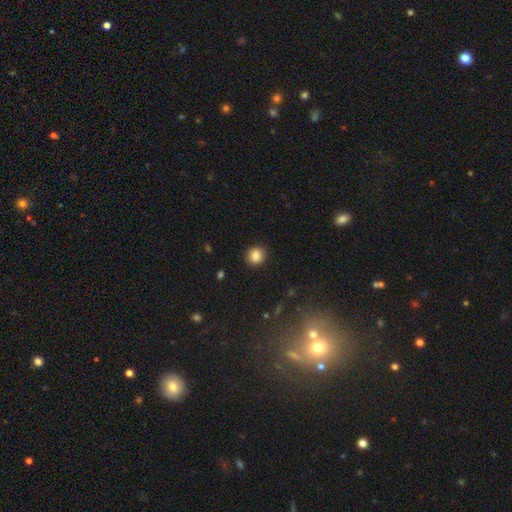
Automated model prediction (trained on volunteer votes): This appears to be a smooth galaxy with no disk features (85%) that is round (77%). Merging: none (88%).